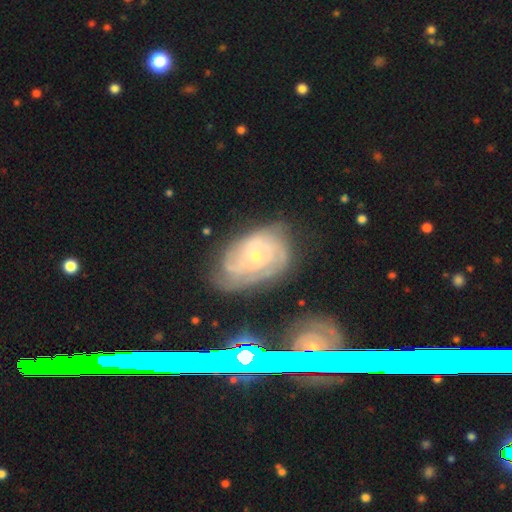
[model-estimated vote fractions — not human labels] Smooth or featured? Predicted: featured or disk (p=0.74). Edge-on disk? Predicted: no (p=0.95). Bar? Predicted: no (p=0.76). Spiral arms? Predicted: yes (p=0.90). Spiral winding? Predicted: tight (p=0.65). Spiral arm count? Predicted: can't tell (p=0.43). Bulge size? Predicted: small (p=0.65). Merging? Predicted: none (p=0.64).